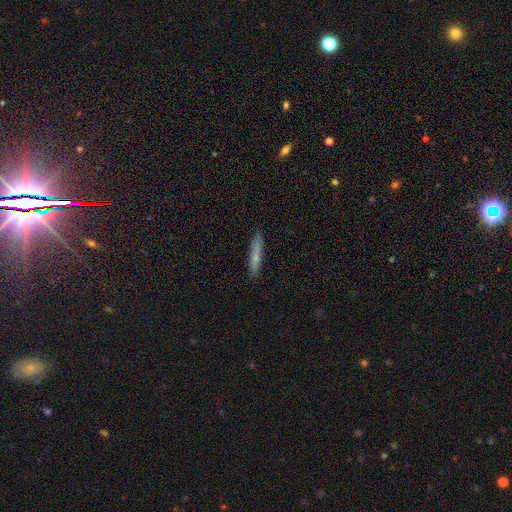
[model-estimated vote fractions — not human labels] This is likely a smooth galaxy (66%). How rounded: clearly cigar-shaped (91%). Merging: clearly none (88%).